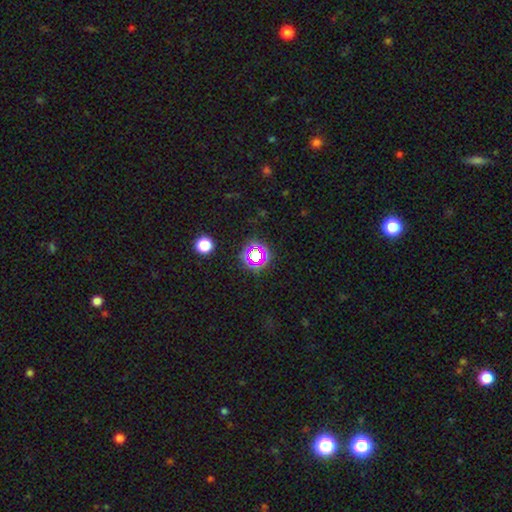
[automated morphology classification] Smooth or featured? star or artifact (66%)